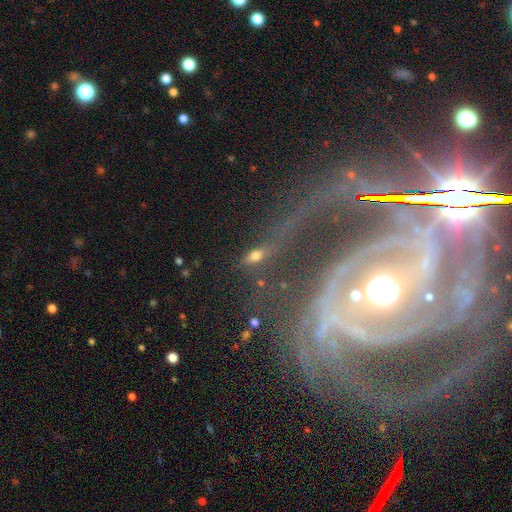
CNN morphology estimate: smooth 53%, star or artifact 27%, featured or disk 20%. Down the decision tree: how rounded — in between (56%); merging — none (61%).